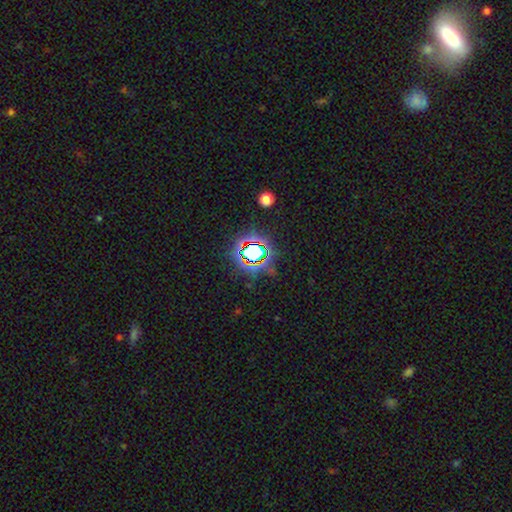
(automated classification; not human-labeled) Smooth or featured: star or artifact — 71% (smooth — 18%)